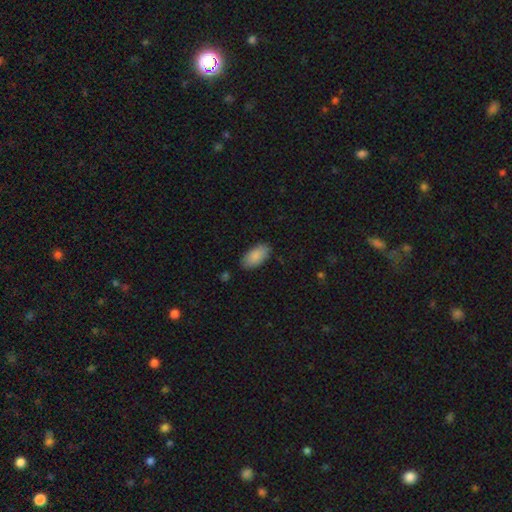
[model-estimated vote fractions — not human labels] A smooth galaxy with no disk features (89%) that is in between round and cigar-shaped (94%). Merging: none (84%).